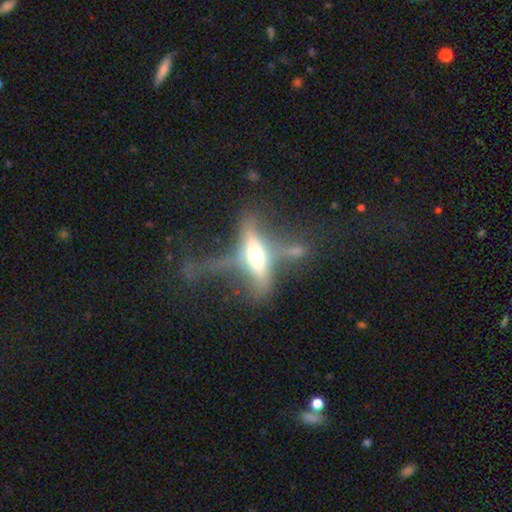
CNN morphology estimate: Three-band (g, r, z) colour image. It shows a featured or disk galaxy (68%) viewed edge-on (72%). Merging: major disturbance (40%).